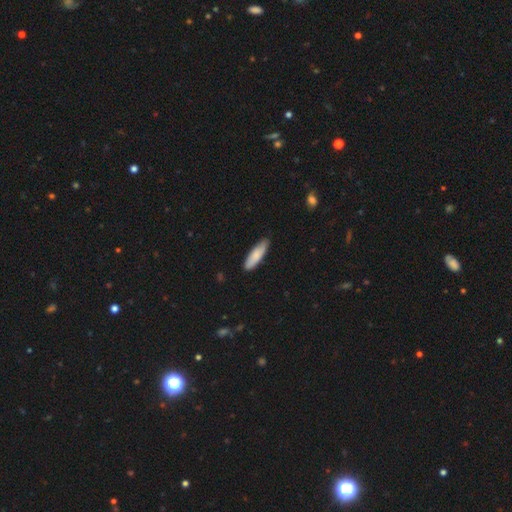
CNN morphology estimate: A smooth galaxy with no disk features (83%) that is cigar-shaped (61%). Merging: none (84%).